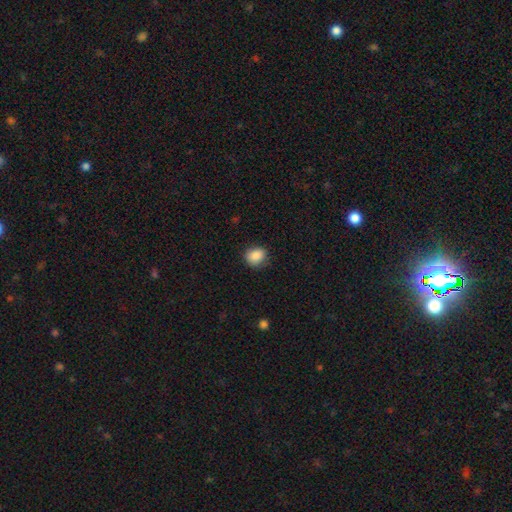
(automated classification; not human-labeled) A smooth galaxy with no disk features (87%) that is round (60%).

Vote fractions:
- Smooth or featured? smooth: 87% / star or artifact: 9% / featured or disk: 4%
- How rounded? round: 60% / in between: 39% / cigar-shaped: 1%
- Merging? none: 82% / minor disturbance: 14% / major disturbance: 3% / merger: 1%